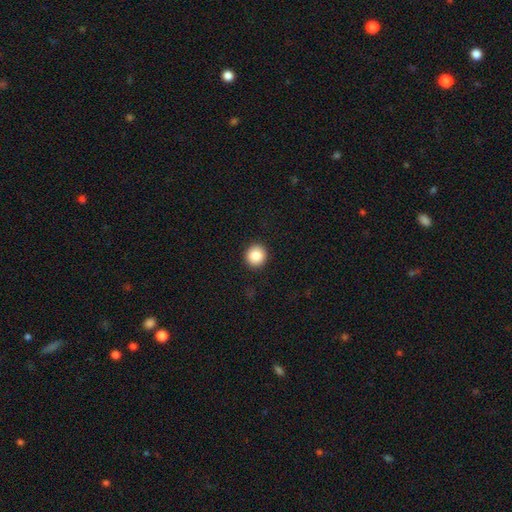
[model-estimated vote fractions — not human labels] Smooth or featured?
  - smooth: 86% *
  - star or artifact: 9%
  - featured or disk: 5%
How rounded?
  - round: 92% *
  - in between: 8%
  - cigar-shaped: 1%
Merging?
  - none: 92% *
  - minor disturbance: 5%
  - major disturbance: 2%
  - merger: 1%